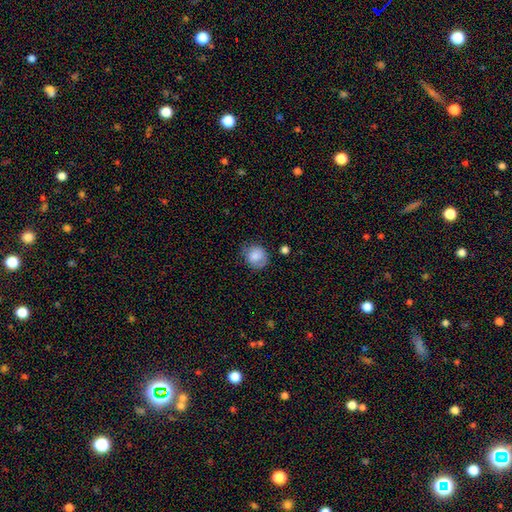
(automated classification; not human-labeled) Smooth or featured: smooth — 79% (featured or disk — 13%)
How rounded: round — 70% (in between — 29%)
Merging: none — 65% (minor disturbance — 25%)